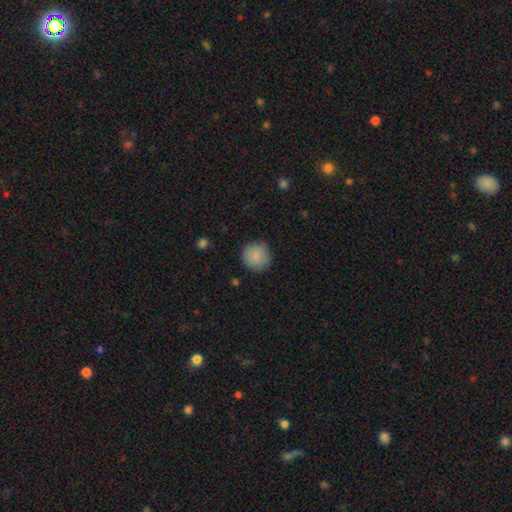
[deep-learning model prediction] smooth-or-featured: smooth: 87% | star or artifact: 7% | featured or disk: 5%
  how-rounded: round: 94% | in between: 5% | cigar-shaped: 1%
  merging: none: 87% | minor disturbance: 10% | major disturbance: 2% | merger: 1%